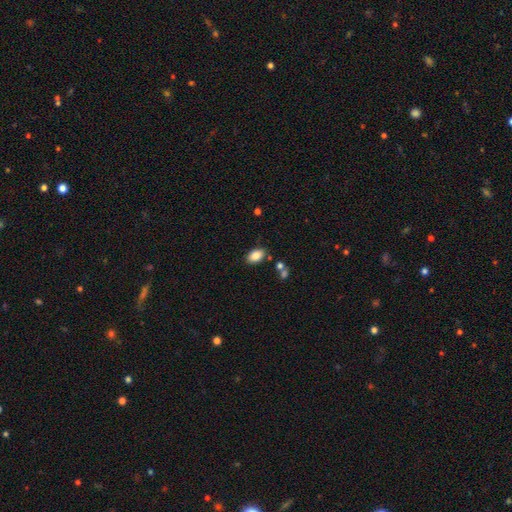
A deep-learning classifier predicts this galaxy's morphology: type=smooth (84%); roundness=in between (90%); merging=none (81%).